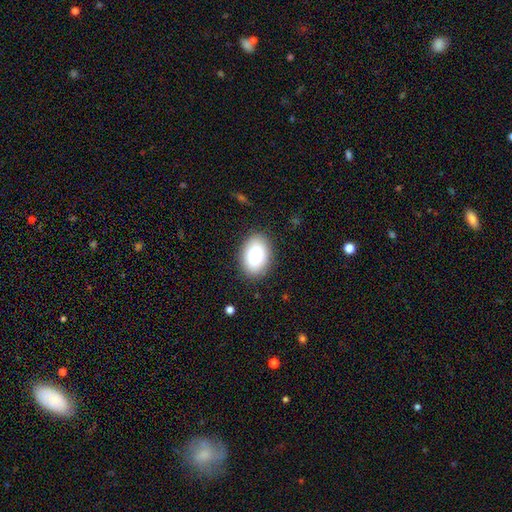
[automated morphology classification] Overall: smooth (80%). How rounded: in between (83%). Merging: none (87%).